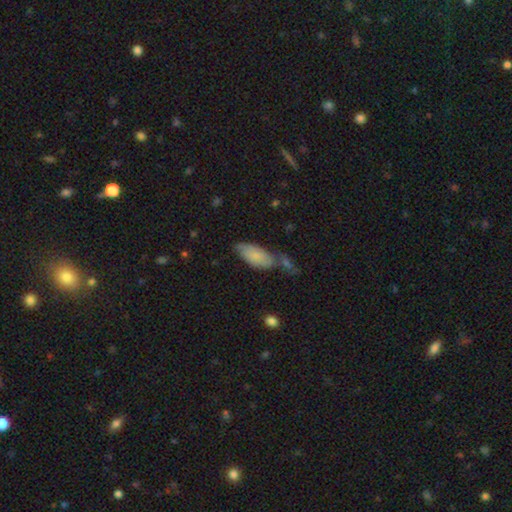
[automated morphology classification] Smooth or featured?
  - smooth: 76% *
  - featured or disk: 18%
  - star or artifact: 6%
How rounded?
  - in between: 90% *
  - cigar-shaped: 8%
  - round: 2%
Merging?
  - none: 42% *
  - merger: 25%
  - minor disturbance: 24%
  - major disturbance: 8%